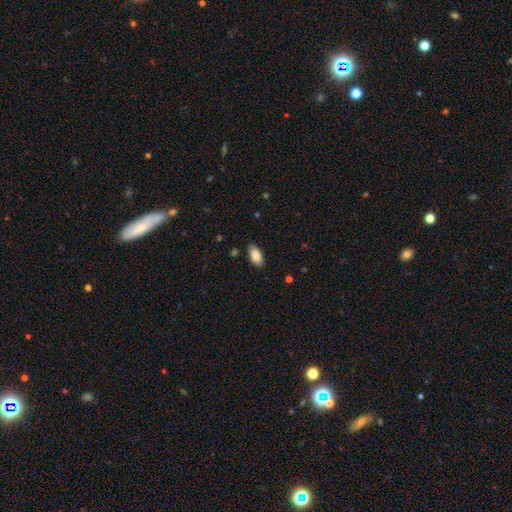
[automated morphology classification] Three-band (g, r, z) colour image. It shows a smooth galaxy with no disk features (88%) that is in between round and cigar-shaped (93%). Merging: none (86%).